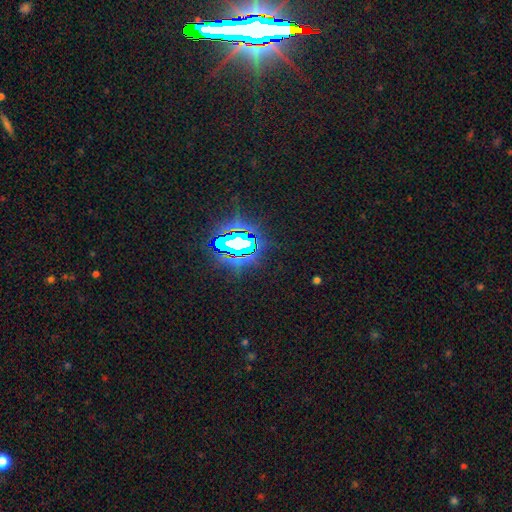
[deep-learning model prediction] Smooth or featured? Predicted: star or artifact (p=0.83).